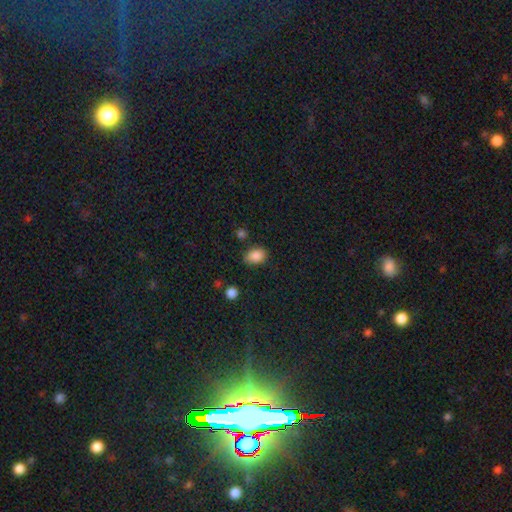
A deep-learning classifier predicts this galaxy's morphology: Overall: smooth (86%). How rounded: in between (72%). Merging: none (68%).